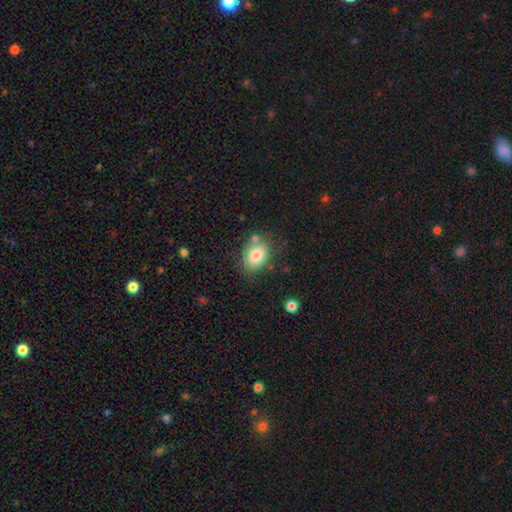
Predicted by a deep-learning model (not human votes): A smooth galaxy with no disk features (82%) that is in between round and cigar-shaped (80%). Merging: none (73%).